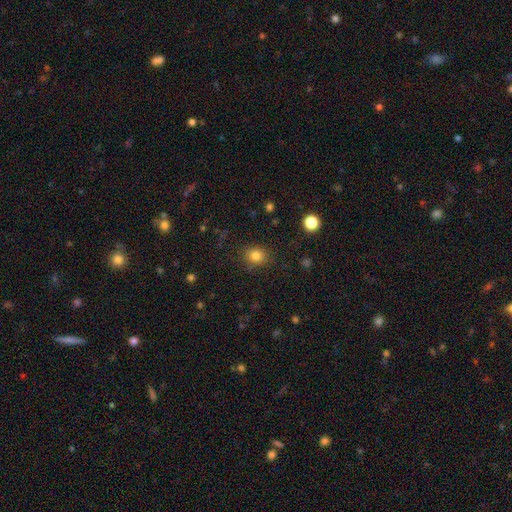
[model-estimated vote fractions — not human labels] Overall: smooth (82%). How rounded: round (66%; in between 33%). Merging: none (85%).